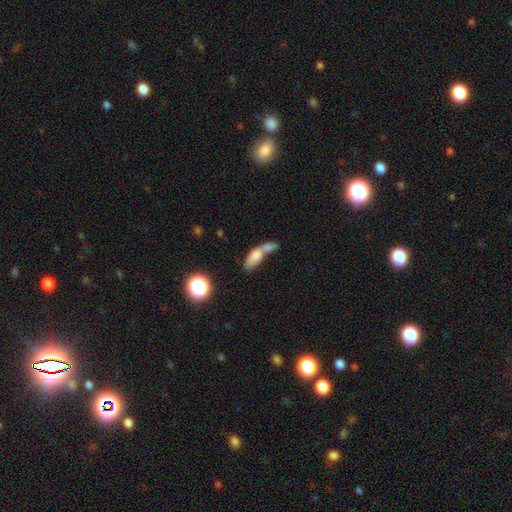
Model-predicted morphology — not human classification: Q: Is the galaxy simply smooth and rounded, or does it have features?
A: smooth — 74%.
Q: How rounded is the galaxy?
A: in between — 74%.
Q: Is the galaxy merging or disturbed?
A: merger — 68%.